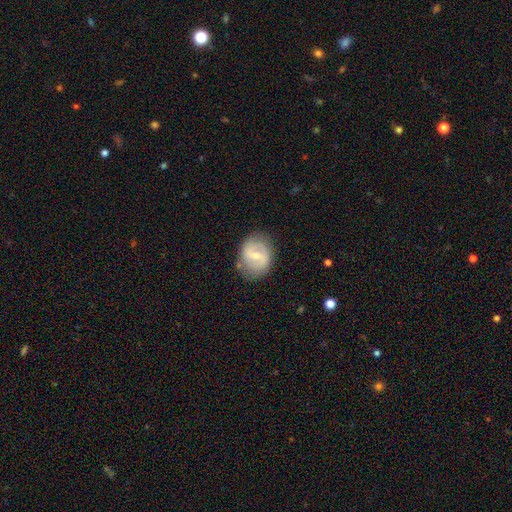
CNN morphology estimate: The model was most divided on "bar": weak: 52%, strong: 35%, no: 13%. More confident: edge-on disk — no (96%); merging — none (76%); spiral arms — yes (71%); smooth or featured — featured or disk (64%); bulge size — small (58%).